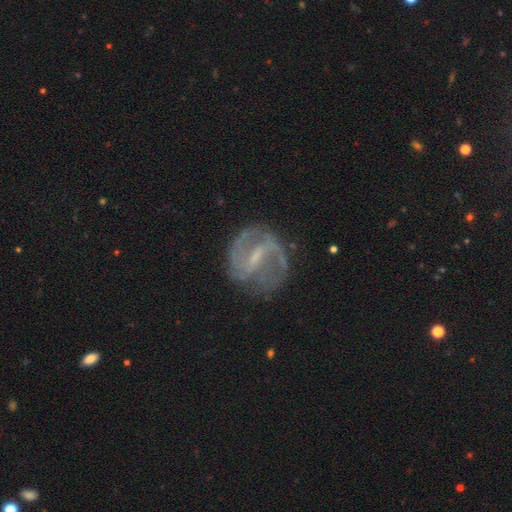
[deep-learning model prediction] This appears to be a featured or disk galaxy (84%) with a weak bar (48%), 2 (76%) medium (50%) spiral arms (92%) and a small central bulge (51%). Merging: none (69%).